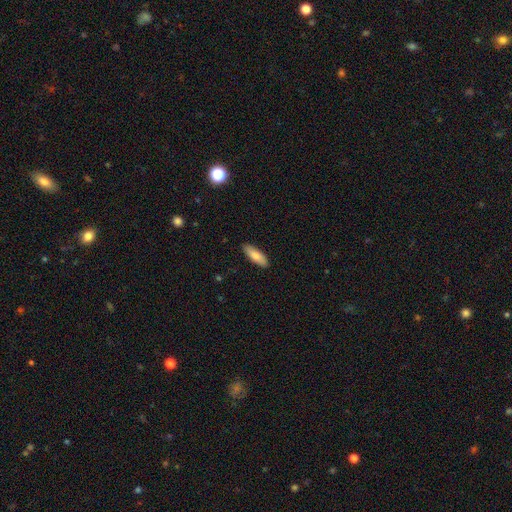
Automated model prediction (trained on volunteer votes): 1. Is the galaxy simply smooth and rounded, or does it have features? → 80% smooth, 14% featured or disk, 6% star or artifact.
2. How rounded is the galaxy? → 59% in between, 39% cigar-shaped, 2% round.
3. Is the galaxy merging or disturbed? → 90% none, 8% minor disturbance, 2% major disturbance, 1% merger.